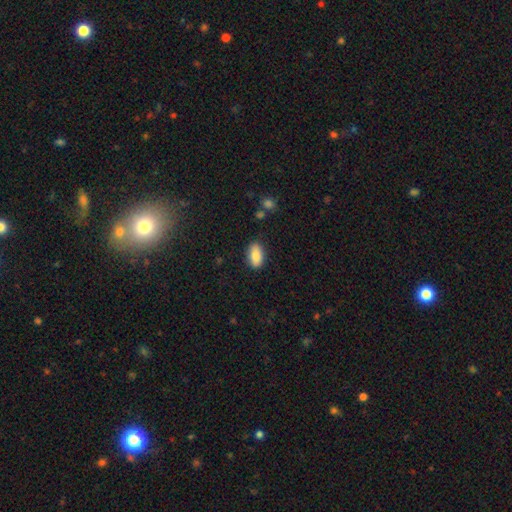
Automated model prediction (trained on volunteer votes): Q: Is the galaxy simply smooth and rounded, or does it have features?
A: smooth — 85%.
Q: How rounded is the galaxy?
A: in between — 91%.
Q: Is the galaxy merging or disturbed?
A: none — 86%.